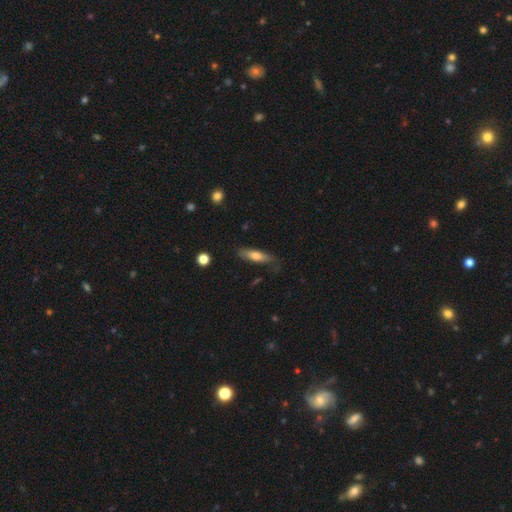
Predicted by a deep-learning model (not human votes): A smooth galaxy with no disk features (65%) that is cigar-shaped (65%). Merging: none (75%).